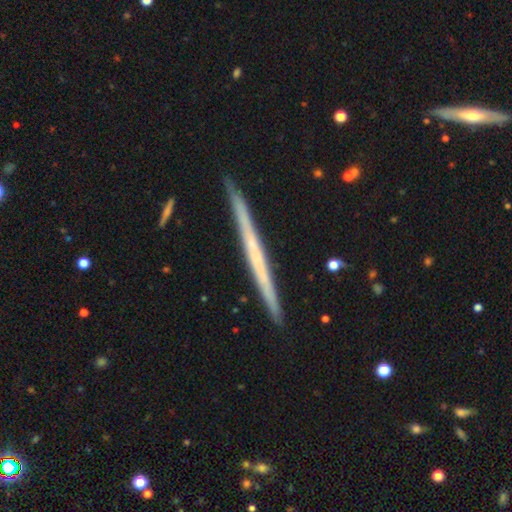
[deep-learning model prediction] smooth_or_featured: featured or disk (p=0.65) [alt: smooth p=0.29]
disk_edge_on: yes (p=0.98) [alt: no p=0.02]
edge_on_bulge: none (p=0.84) [alt: rounded p=0.12]
merging: none (p=0.91) [alt: minor disturbance p=0.07]